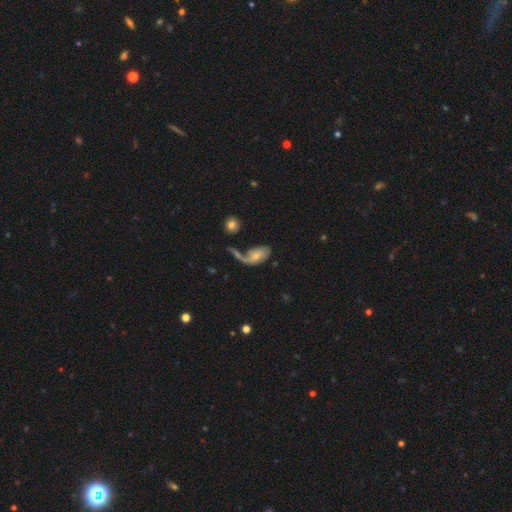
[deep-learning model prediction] smooth-or-featured: featured or disk: 50% | smooth: 42% | star or artifact: 8%
  disk-edge-on: no: 93% | yes: 7%
  merging: none: 32% | major disturbance: 24% | merger: 23% | minor disturbance: 20%